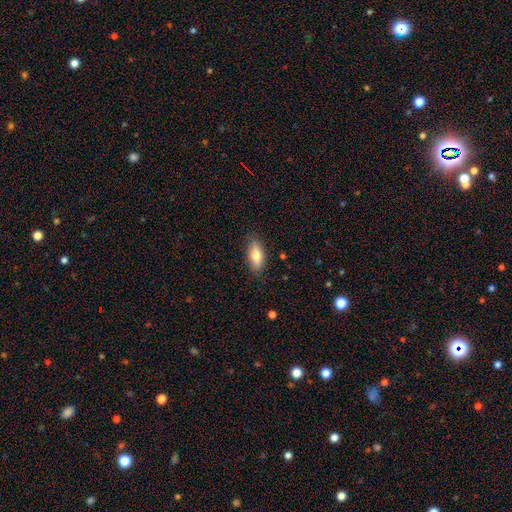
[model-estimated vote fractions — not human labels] Smooth or featured?
  - smooth: 70% *
  - featured or disk: 23%
  - star or artifact: 7%
How rounded?
  - in between: 77% *
  - cigar-shaped: 20%
  - round: 3%
Merging?
  - none: 84% *
  - minor disturbance: 12%
  - major disturbance: 2%
  - merger: 1%